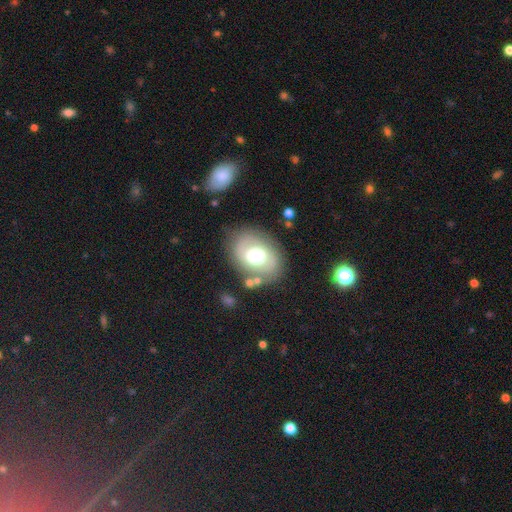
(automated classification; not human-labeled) The model was most divided on "smooth or featured": smooth: 53%, featured or disk: 38%, star or artifact: 9%. More confident: merging — none (72%); how rounded — in between (63%).